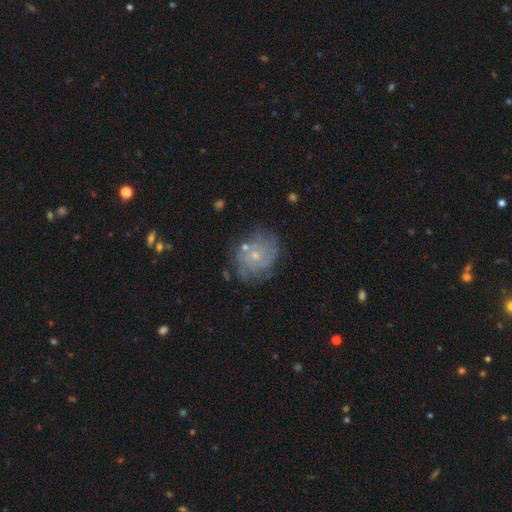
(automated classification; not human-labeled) A featured or disk galaxy (73%) with no bar (78%), tight (64%) spiral arms (84%) and a small central bulge (66%).

Vote fractions:
- Smooth or featured? featured or disk: 73% / smooth: 18% / star or artifact: 9%
- Edge-on disk? no: 98% / yes: 2%
- Bar? no: 78% / weak: 19% / strong: 3%
- Spiral arms? yes: 84% / no: 16%
- Spiral winding? tight: 64% / medium: 27% / loose: 9%
- Spiral arm count? can't tell: 47% / 2: 19% / 3: 15% / 4: 8% / 1: 6% / more than 4: 5%
- Bulge size? small: 66% / moderate: 29% / none: 2% / large: 1% / dominant: 1%
- Merging? none: 67% / minor disturbance: 20% / major disturbance: 9% / merger: 4%